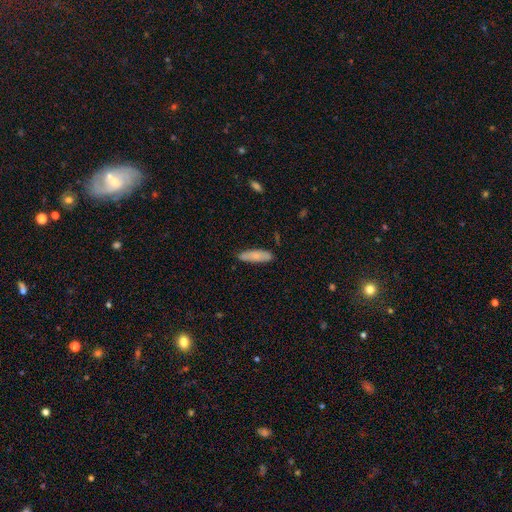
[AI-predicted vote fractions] This is likely a smooth galaxy (73%). How rounded: possibly cigar-shaped (53%). Merging: clearly none (81%).